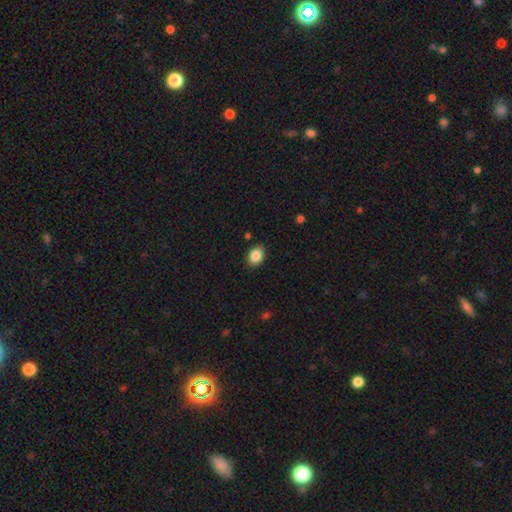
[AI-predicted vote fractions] A smooth galaxy with no disk features (86%) that is in between round and cigar-shaped (69%). Merging: none (88%).